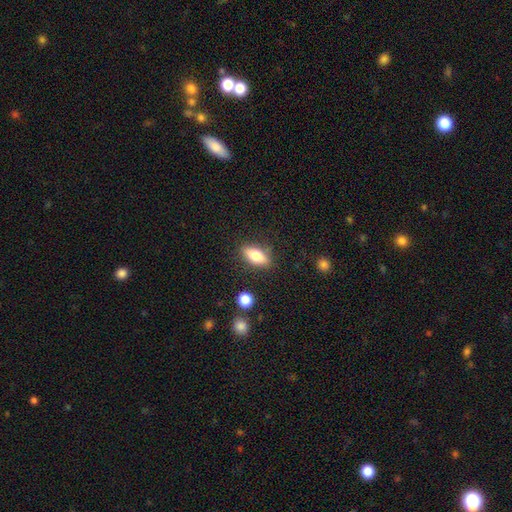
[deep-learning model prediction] This is likely a smooth galaxy (71%). How rounded: likely in between (75%). Merging: clearly none (85%).